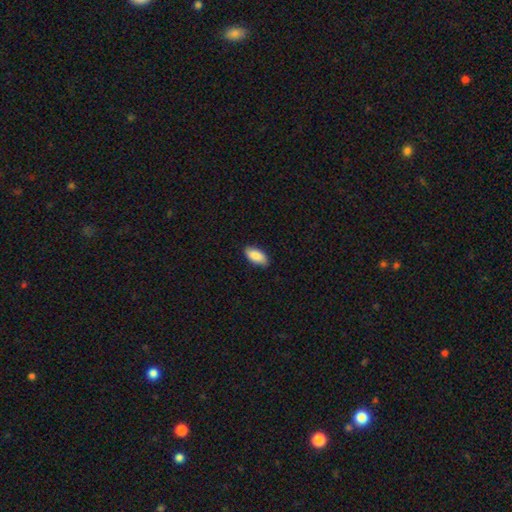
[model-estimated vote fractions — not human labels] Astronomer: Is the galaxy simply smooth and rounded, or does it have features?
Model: smooth — 89%.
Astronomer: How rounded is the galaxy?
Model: in between — 92%.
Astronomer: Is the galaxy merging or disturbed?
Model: none — 86%.